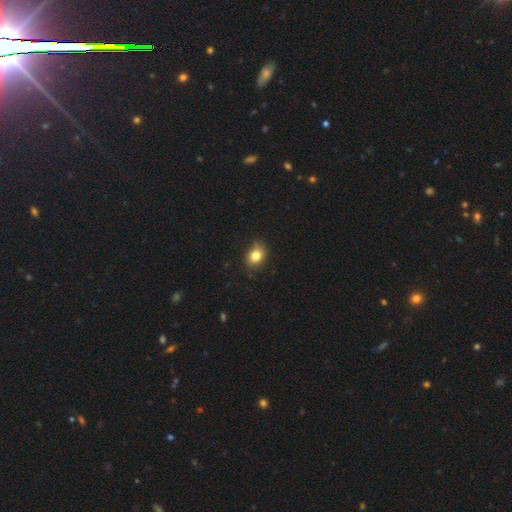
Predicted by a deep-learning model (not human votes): smooth-or-featured: smooth: 82% | star or artifact: 10% | featured or disk: 8%
  how-rounded: in between: 53% | round: 46% | cigar-shaped: 1%
  merging: none: 78% | minor disturbance: 18% | major disturbance: 3% | merger: 1%